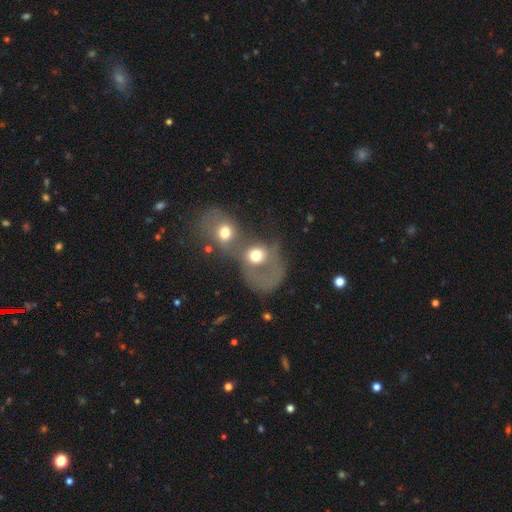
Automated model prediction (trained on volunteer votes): Smooth or featured?
  - smooth: 60% *
  - featured or disk: 28%
  - star or artifact: 11%
How rounded?
  - round: 61% *
  - in between: 38%
  - cigar-shaped: 1%
Merging?
  - merger: 75% *
  - major disturbance: 12%
  - none: 9%
  - minor disturbance: 5%